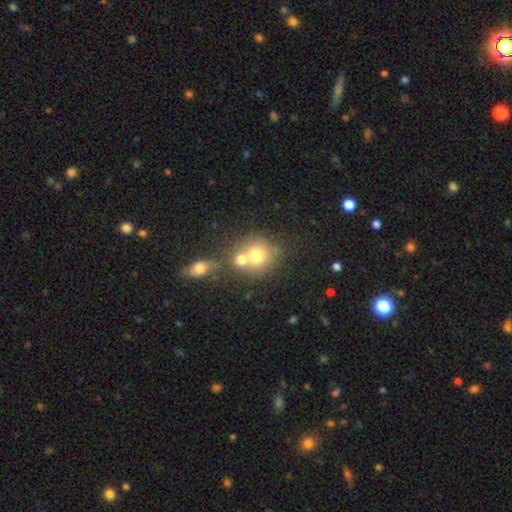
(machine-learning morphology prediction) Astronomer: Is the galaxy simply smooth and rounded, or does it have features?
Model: smooth — 70%.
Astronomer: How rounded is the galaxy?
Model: round — 79%.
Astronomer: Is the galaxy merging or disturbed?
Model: merger — 56% (runner-up: none, 33%).